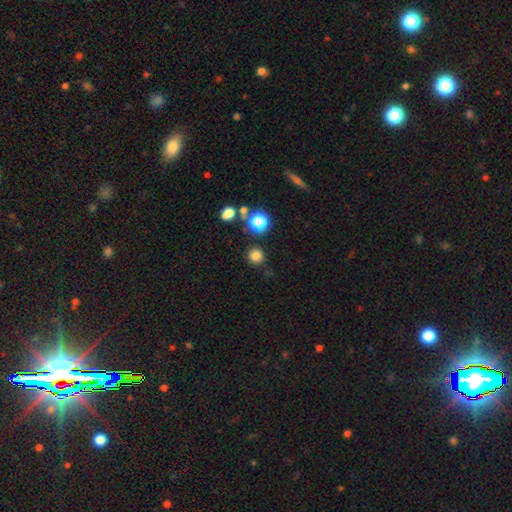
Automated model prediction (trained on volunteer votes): The model was most divided on "smooth or featured": smooth: 80%, star or artifact: 16%, featured or disk: 5%. More confident: how rounded — round (93%); merging — none (86%).